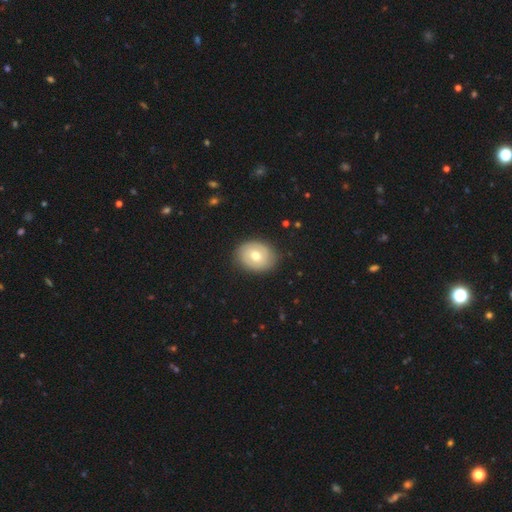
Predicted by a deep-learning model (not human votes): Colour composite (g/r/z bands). It shows a smooth galaxy with no disk features (56%) that is in between round and cigar-shaped (52%). Merging: none (84%).